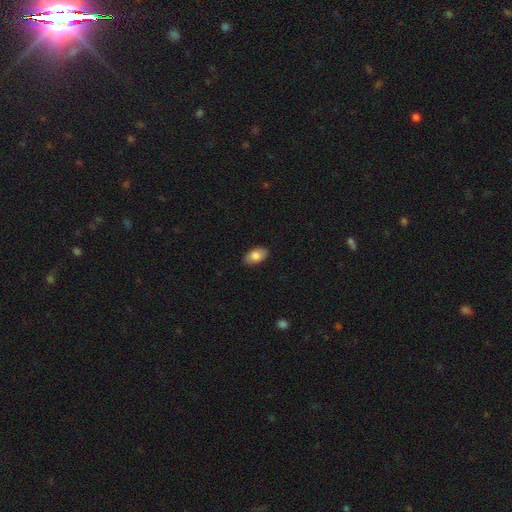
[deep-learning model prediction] This is clearly a smooth galaxy (82%). How rounded: clearly in between (93%). Merging: clearly none (87%).